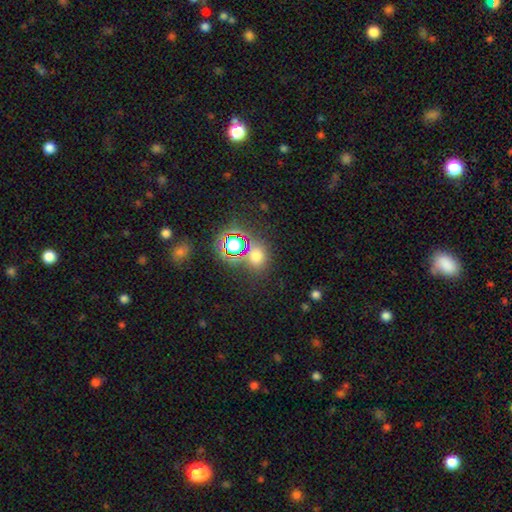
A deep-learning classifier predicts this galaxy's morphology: type=smooth (57%); roundness=round (65%); merging=none (74%).